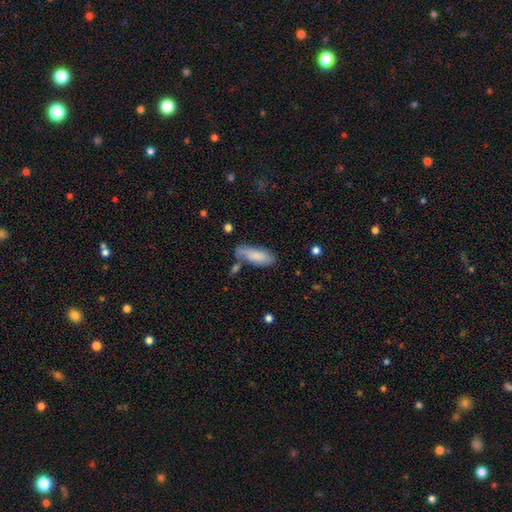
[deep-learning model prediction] The model was most divided on "merging": none: 58%, minor disturbance: 24%, merger: 11%, major disturbance: 7%. More confident: smooth or featured — smooth (80%); how rounded — in between (70%).